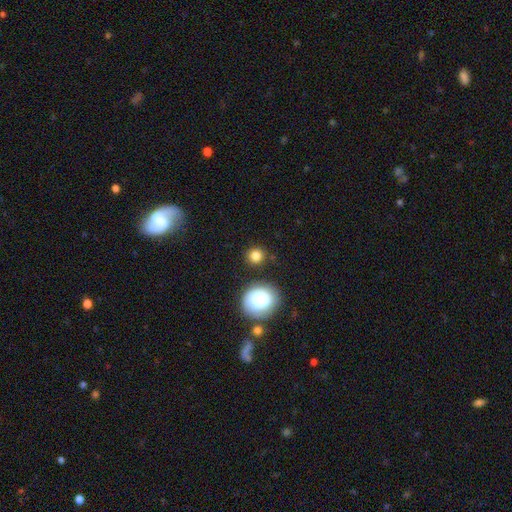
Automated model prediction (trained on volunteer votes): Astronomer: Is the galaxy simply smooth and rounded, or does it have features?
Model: smooth — 84%.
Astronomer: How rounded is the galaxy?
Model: round — 89%.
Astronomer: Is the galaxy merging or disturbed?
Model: none — 80%.